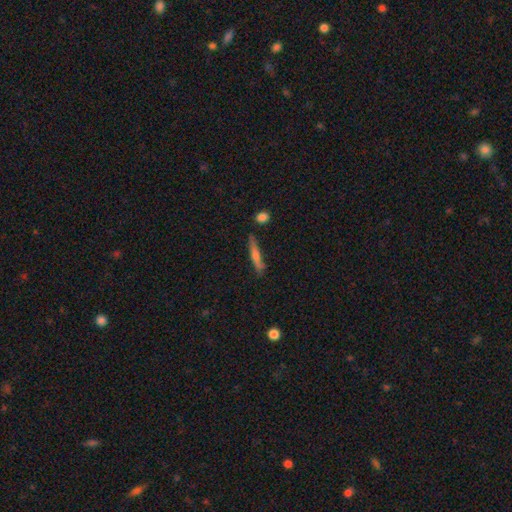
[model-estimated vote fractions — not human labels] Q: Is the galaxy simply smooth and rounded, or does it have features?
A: featured or disk — 52%.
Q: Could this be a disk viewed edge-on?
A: yes — 94%.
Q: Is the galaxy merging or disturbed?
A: none — 82%.